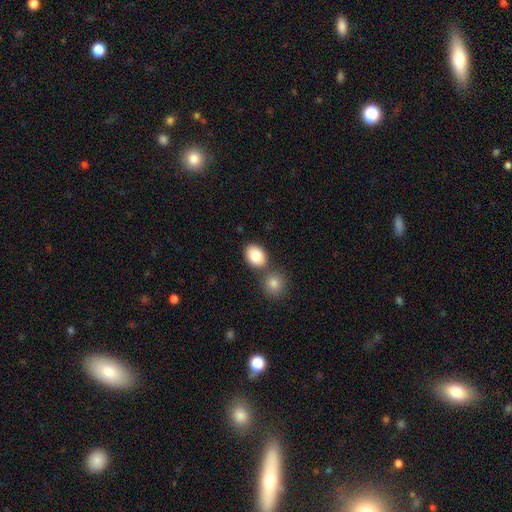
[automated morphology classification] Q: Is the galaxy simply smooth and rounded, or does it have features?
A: smooth — 84%.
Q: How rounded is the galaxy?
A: in between — 71%.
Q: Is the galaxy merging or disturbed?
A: none — 65%.